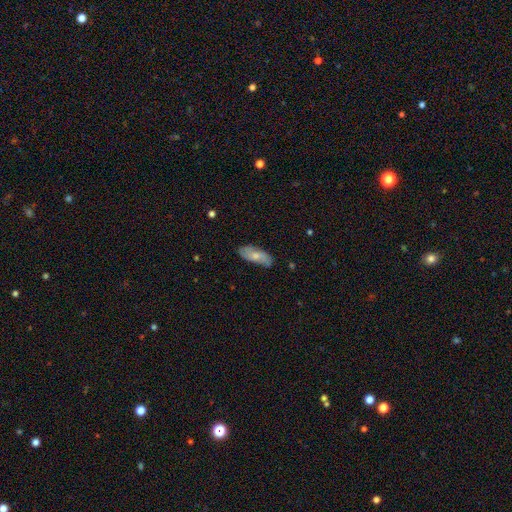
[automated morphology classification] Smooth or featured?
  - smooth: 56% *
  - featured or disk: 38%
  - star or artifact: 6%
How rounded?
  - in between: 76% *
  - cigar-shaped: 21%
  - round: 2%
Merging?
  - none: 74% *
  - minor disturbance: 20%
  - major disturbance: 4%
  - merger: 2%